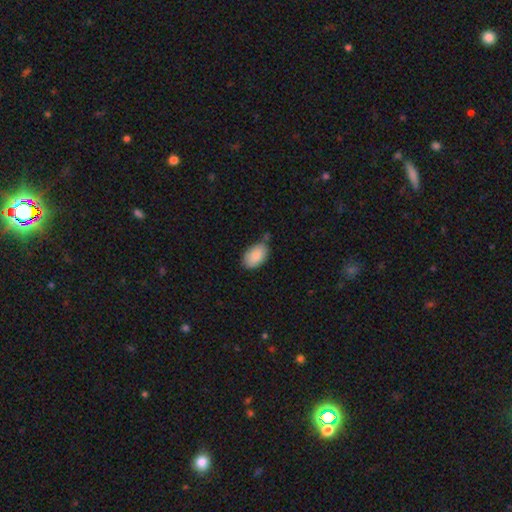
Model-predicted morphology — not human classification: Smooth or featured: smooth — 88% (star or artifact — 6%)
How rounded: in between — 93% (round — 5%)
Merging: none — 62% (minor disturbance — 26%)